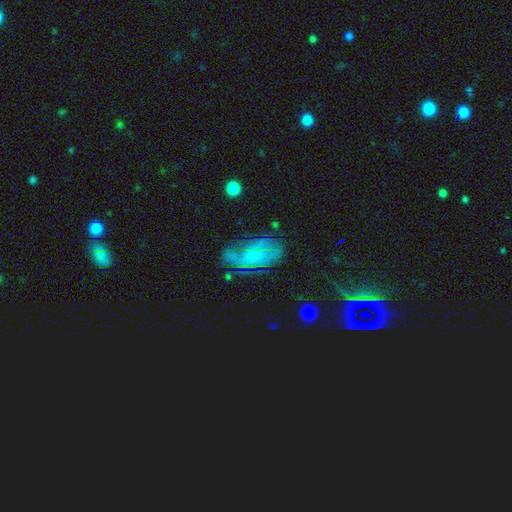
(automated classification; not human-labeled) smooth-or-featured: featured or disk: 62% | smooth: 20% | star or artifact: 18%
  disk-edge-on: no: 93% | yes: 7%
    bar: no: 66% | weak: 28% | strong: 6%
    has-spiral-arms: yes: 81% | no: 19%
    bulge-size: small: 64% | moderate: 19% | none: 14% | large: 2% | dominant: 1%
  merging: none: 58% | minor disturbance: 24% | major disturbance: 15% | merger: 3%